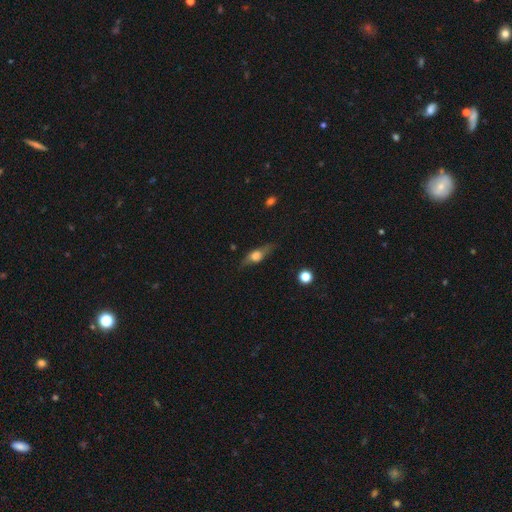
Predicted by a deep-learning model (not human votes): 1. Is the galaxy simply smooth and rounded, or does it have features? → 53% featured or disk, 39% smooth, 8% star or artifact.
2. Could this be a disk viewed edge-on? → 88% yes, 12% no.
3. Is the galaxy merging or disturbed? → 75% none, 18% minor disturbance, 5% major disturbance, 2% merger.